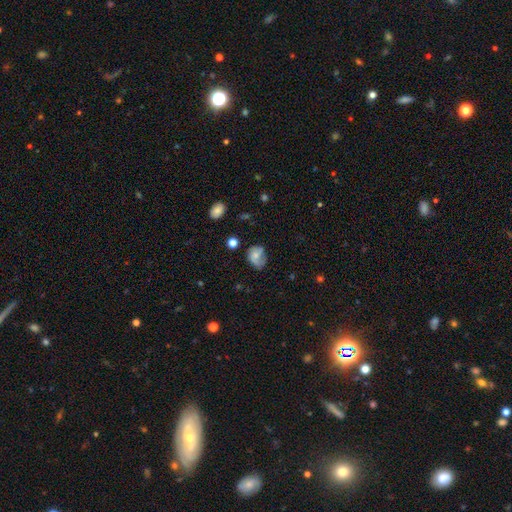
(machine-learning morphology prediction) smooth 49%, featured or disk 41%, star or artifact 10%. Down the decision tree: merging — none (45%).